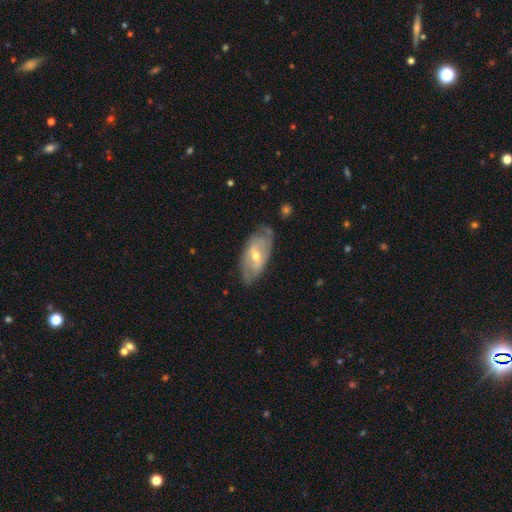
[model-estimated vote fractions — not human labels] Smooth or featured? Predicted: featured or disk (p=0.71). Edge-on disk? Predicted: no (p=0.90). Bar? Predicted: weak (p=0.48). Spiral arms? Predicted: yes (p=0.75). Bulge size? Predicted: moderate (p=0.61). Merging? Predicted: none (p=0.65).